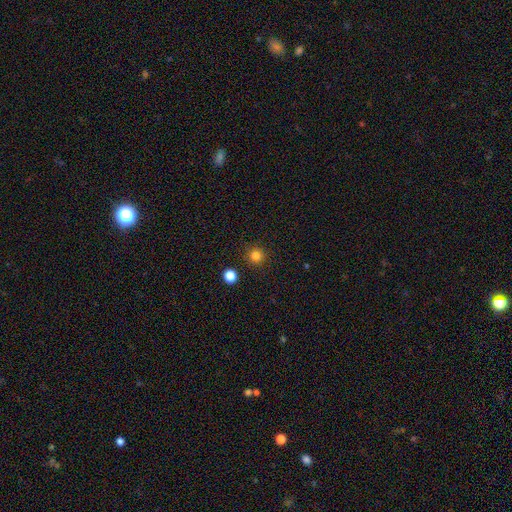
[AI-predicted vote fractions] Overall: smooth (82%). How rounded: round (95%). Merging: none (90%).